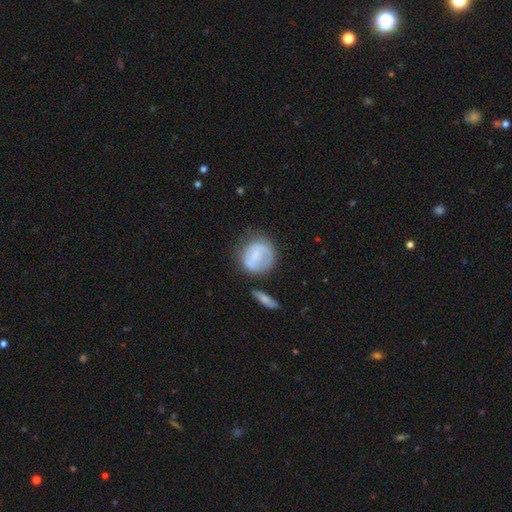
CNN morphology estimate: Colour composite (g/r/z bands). It shows a smooth galaxy with no disk features (60%) that is round (80%). Merging: none (55%).